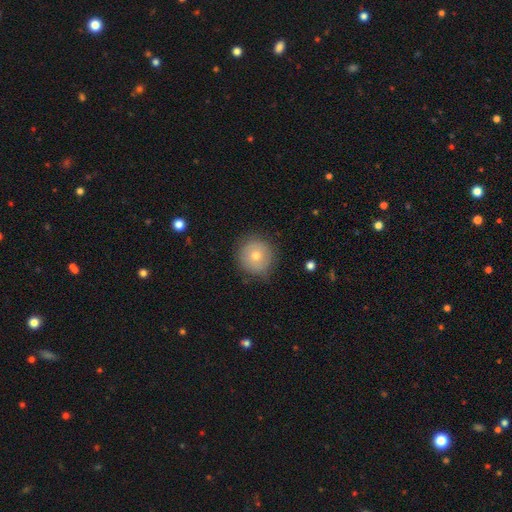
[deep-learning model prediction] This appears to be a smooth galaxy with no disk features (66%) that is round (93%). Merging: none (83%).